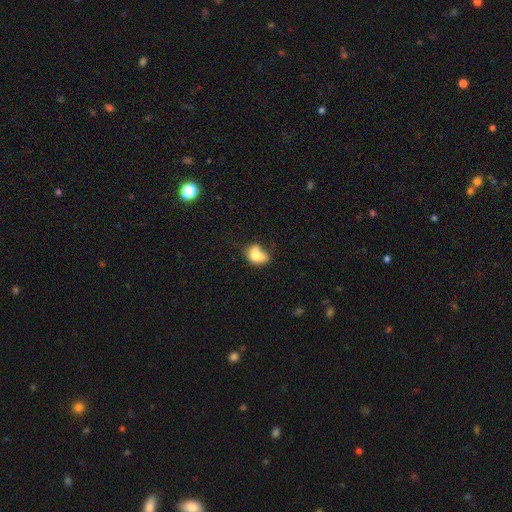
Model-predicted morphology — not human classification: Smooth or featured? Predicted: smooth (p=0.72). How rounded? Predicted: in between (p=0.71). Merging? Predicted: none (p=0.31).